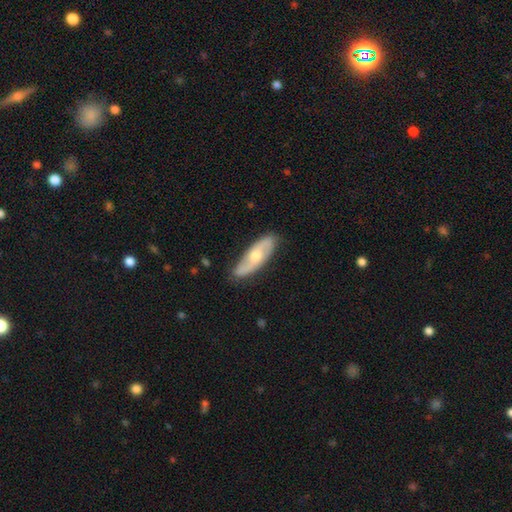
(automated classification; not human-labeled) smooth_or_featured: featured or disk (p=0.61) [alt: smooth p=0.34]
disk_edge_on: no (p=0.79) [alt: yes p=0.21]
merging: none (p=0.83) [alt: minor disturbance p=0.13]